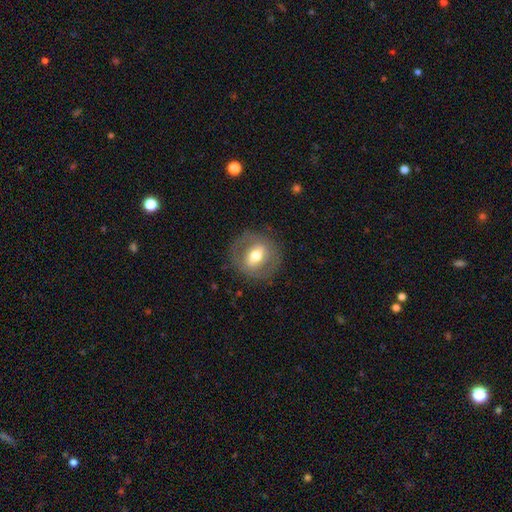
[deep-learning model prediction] smooth_or_featured: featured or disk (p=0.48) [alt: smooth p=0.45]
merging: none (p=0.81) [alt: minor disturbance p=0.11]